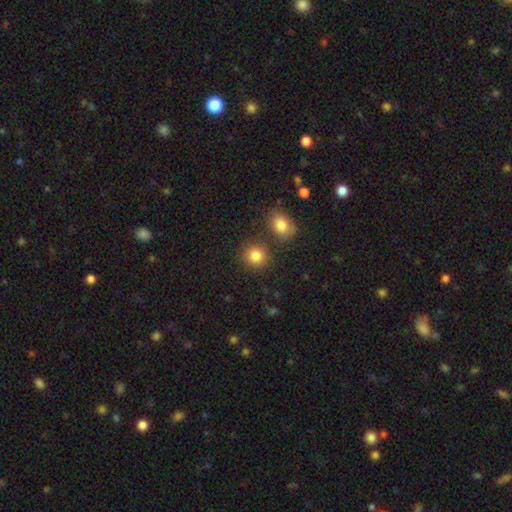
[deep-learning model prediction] Smooth or featured?
  - smooth: 83% *
  - star or artifact: 11%
  - featured or disk: 6%
How rounded?
  - round: 84% *
  - in between: 15%
  - cigar-shaped: 1%
Merging?
  - none: 79% *
  - merger: 10%
  - minor disturbance: 8%
  - major disturbance: 3%